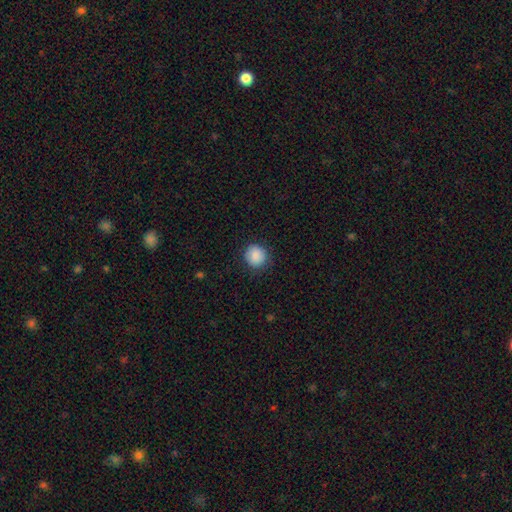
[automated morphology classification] The model was most divided on "merging": none: 87%, minor disturbance: 9%, major disturbance: 3%, merger: 1%. More confident: how rounded — round (91%); smooth or featured — smooth (88%).